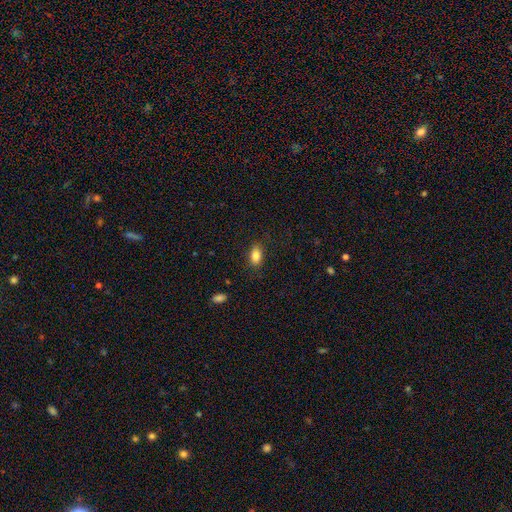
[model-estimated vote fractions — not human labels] This is clearly a smooth galaxy (84%). How rounded: clearly in between (87%). Merging: clearly none (85%).